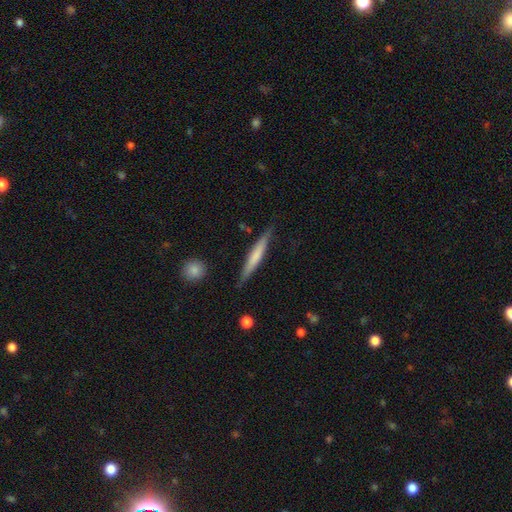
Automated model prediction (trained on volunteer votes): Morphology: type=smooth (55%); roundness=cigar-shaped (94%); merging=none (84%).